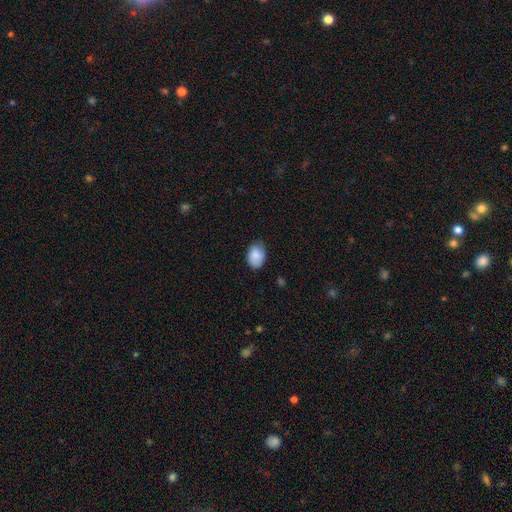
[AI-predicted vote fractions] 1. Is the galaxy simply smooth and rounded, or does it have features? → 86% smooth, 7% featured or disk, 7% star or artifact.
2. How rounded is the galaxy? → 79% in between, 20% round, 1% cigar-shaped.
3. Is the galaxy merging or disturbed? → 69% none, 26% minor disturbance, 4% major disturbance, 1% merger.